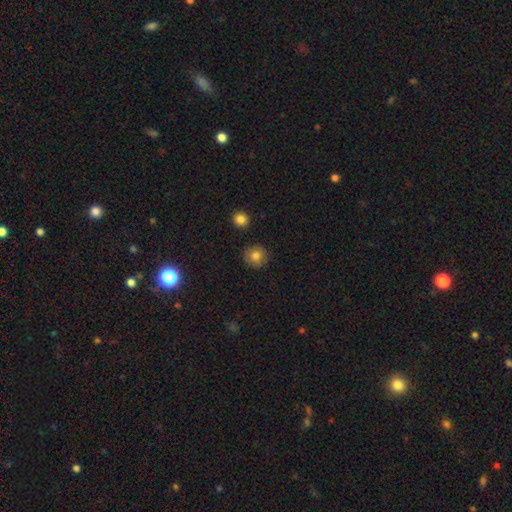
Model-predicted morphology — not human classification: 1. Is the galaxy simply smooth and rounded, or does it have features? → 81% smooth, 11% star or artifact, 9% featured or disk.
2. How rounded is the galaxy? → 92% round, 7% in between, 1% cigar-shaped.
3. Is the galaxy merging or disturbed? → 89% none, 8% minor disturbance, 2% major disturbance, 2% merger.